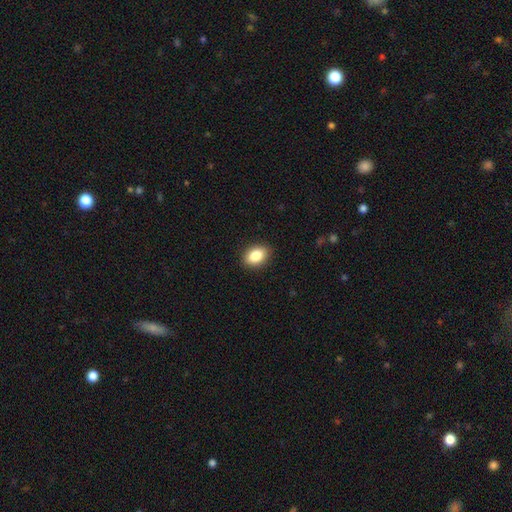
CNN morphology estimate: This is clearly a smooth galaxy (86%). How rounded: clearly in between (80%). Merging: clearly none (90%).